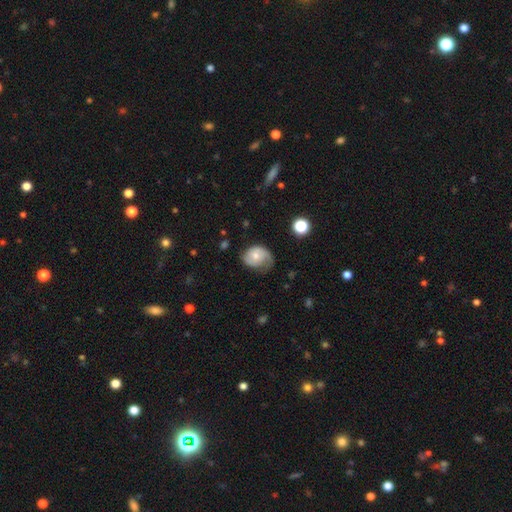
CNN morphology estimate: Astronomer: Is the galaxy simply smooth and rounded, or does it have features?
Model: featured or disk — 47% (runner-up: smooth, 45%).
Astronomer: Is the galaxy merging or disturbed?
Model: none — 44% (runner-up: minor disturbance, 35%).